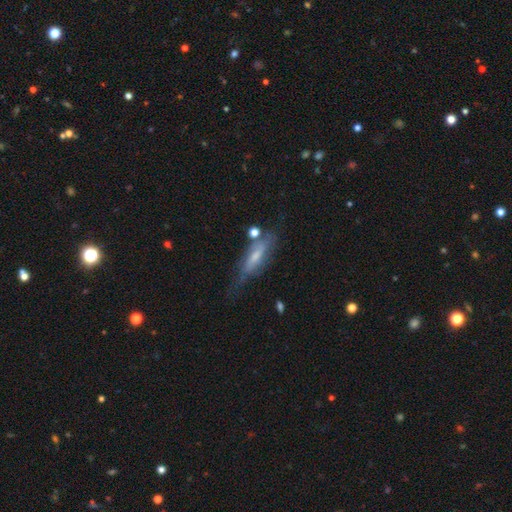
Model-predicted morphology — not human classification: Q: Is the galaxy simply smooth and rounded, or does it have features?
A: featured or disk — 54%.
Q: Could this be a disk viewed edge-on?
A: yes — 54%.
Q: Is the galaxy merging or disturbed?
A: none — 49%.